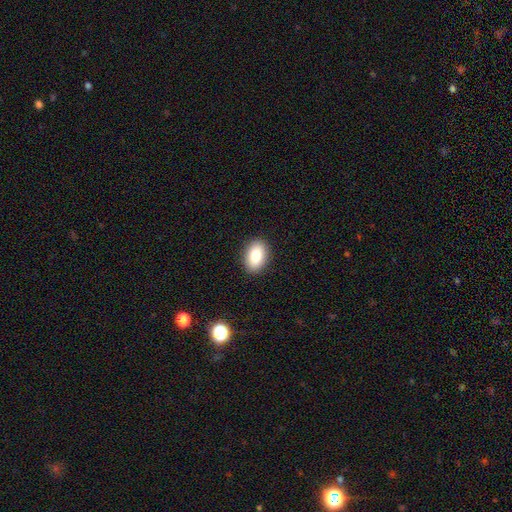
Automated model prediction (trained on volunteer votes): Smooth or featured? Predicted: smooth (p=0.82). How rounded? Predicted: in between (p=0.85). Merging? Predicted: none (p=0.90).